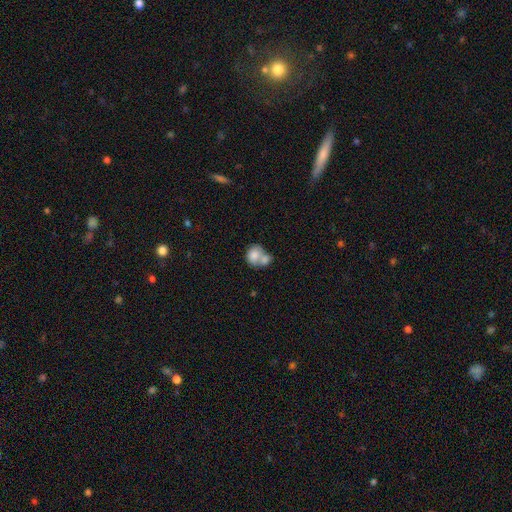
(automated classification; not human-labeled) This is likely a smooth galaxy (77%). How rounded: possibly round (60%). Merging: likely merger (64%).